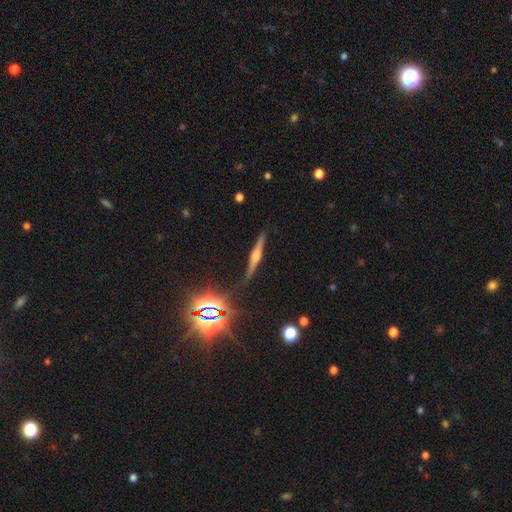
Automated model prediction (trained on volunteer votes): A featured or disk galaxy (70%) viewed edge-on (97%) with a rounded central bulge (86%).

Vote fractions:
- Smooth or featured? featured or disk: 70% / star or artifact: 15% / smooth: 15%
- Edge-on disk? yes: 97% / no: 3%
- Edge-on bulge? rounded: 86% / boxy: 10% / none: 4%
- Merging? none: 89% / minor disturbance: 8% / major disturbance: 2% / merger: 1%